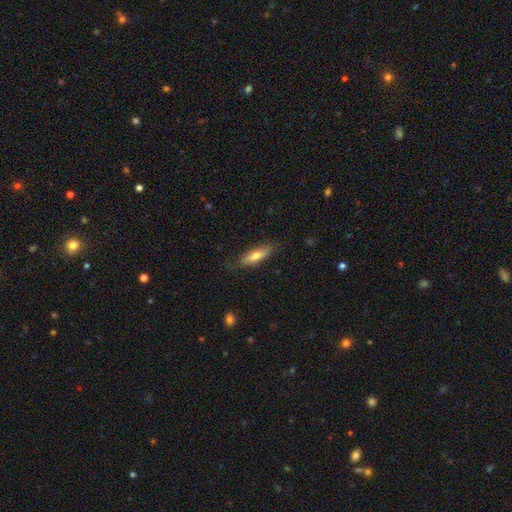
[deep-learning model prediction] smooth_or_featured: smooth (p=0.72) [alt: featured or disk p=0.22]
how_rounded: cigar-shaped (p=0.59) [alt: in between p=0.39]
merging: none (p=0.80) [alt: minor disturbance p=0.16]